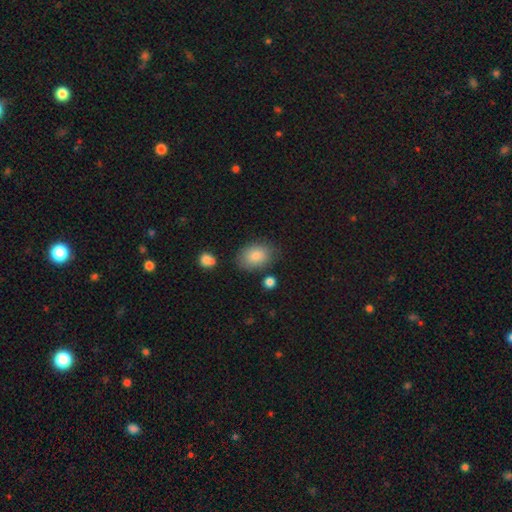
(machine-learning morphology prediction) smooth-or-featured: smooth: 84% | star or artifact: 8% | featured or disk: 8%
  how-rounded: in between: 78% | round: 21% | cigar-shaped: 1%
  merging: none: 76% | minor disturbance: 16% | merger: 4% | major disturbance: 4%